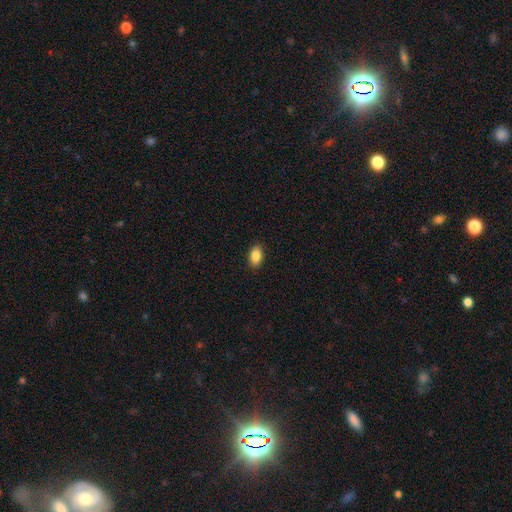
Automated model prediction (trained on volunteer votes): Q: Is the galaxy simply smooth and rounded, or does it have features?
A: smooth — 87%.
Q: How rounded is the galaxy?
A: in between — 90%.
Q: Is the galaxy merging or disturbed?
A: none — 89%.